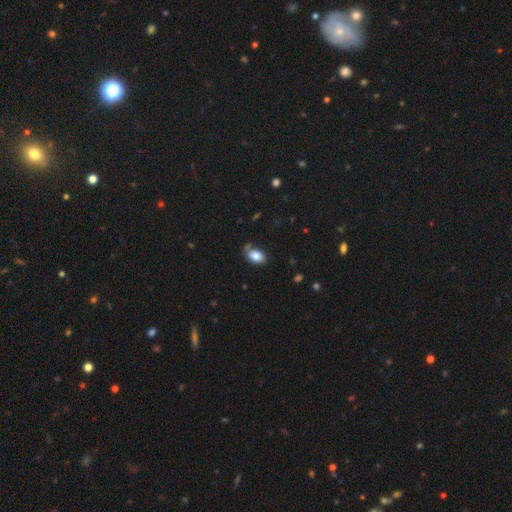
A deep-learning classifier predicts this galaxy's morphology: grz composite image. It shows a smooth galaxy with no disk features (85%) that is in between round and cigar-shaped (89%). Merging: none (71%).